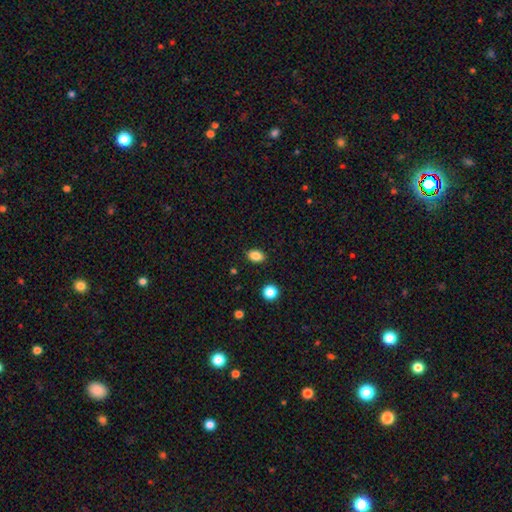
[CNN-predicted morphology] A smooth galaxy with no disk features (85%) that is in between round and cigar-shaped (81%). Merging: none (89%).